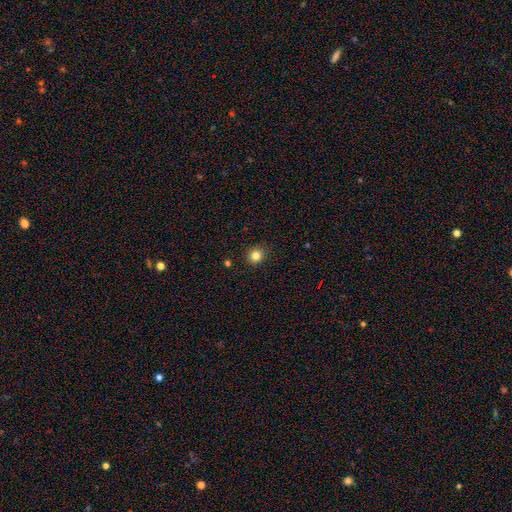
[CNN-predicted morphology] smooth_or_featured: smooth (p=0.82) [alt: star or artifact p=0.13]
how_rounded: round (p=0.86) [alt: in between p=0.13]
merging: none (p=0.89) [alt: minor disturbance p=0.08]